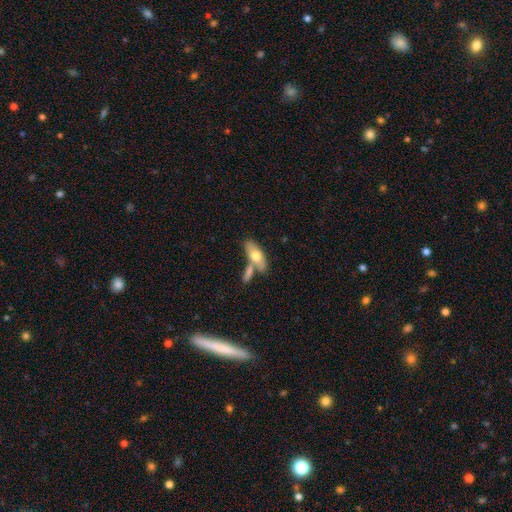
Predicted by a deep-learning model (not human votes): This appears to be a smooth galaxy with no disk features (63%) that is in between round and cigar-shaped (71%). Merging: none (50%).